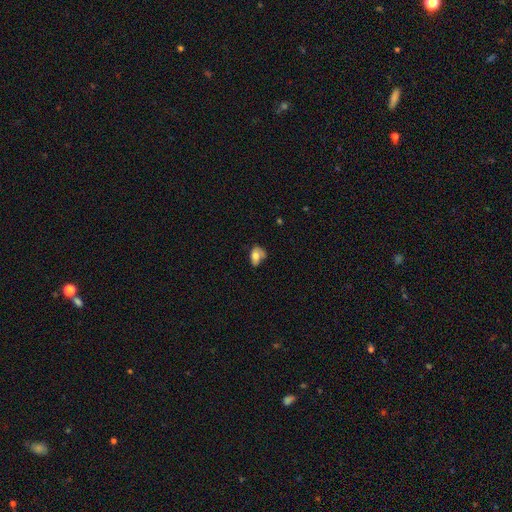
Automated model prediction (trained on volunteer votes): Smooth or featured: smooth — 67% (featured or disk — 23%)
How rounded: in between — 79% (round — 19%)
Merging: minor disturbance — 38% (none — 31%)